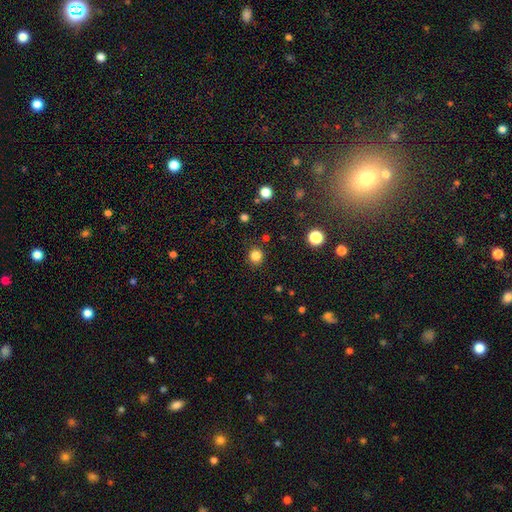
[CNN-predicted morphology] smooth 83%, star or artifact 13%, featured or disk 4%. Down the decision tree: how rounded — round (91%); merging — none (89%).